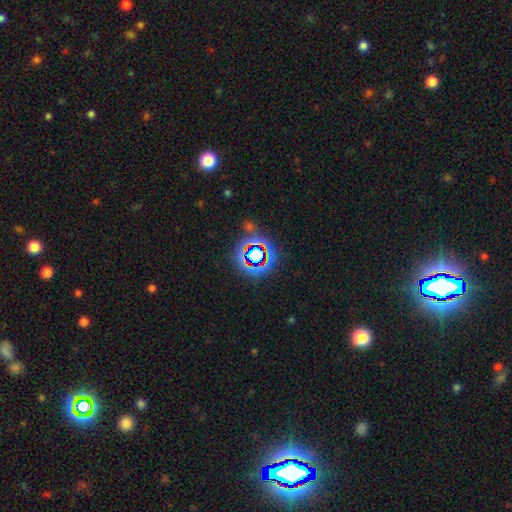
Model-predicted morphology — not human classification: smooth_or_featured: star or artifact (p=0.72) [alt: smooth p=0.17]